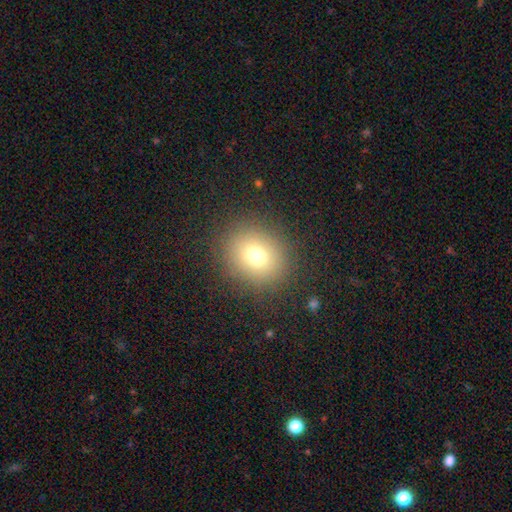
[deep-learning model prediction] This appears to be a smooth galaxy with no disk features (72%) that is round (75%). Merging: none (87%).